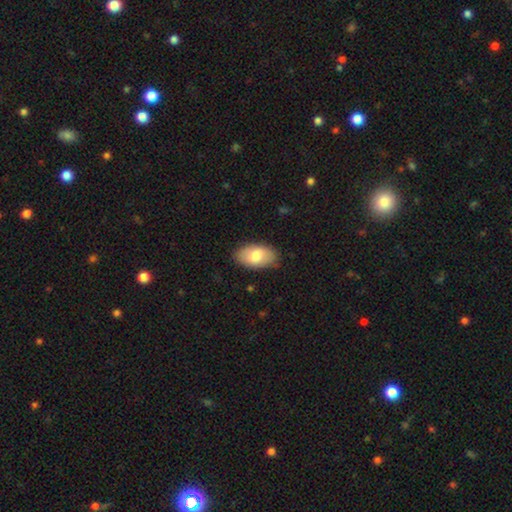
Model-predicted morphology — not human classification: Overall: smooth (79%). How rounded: in between (94%). Merging: none (83%).